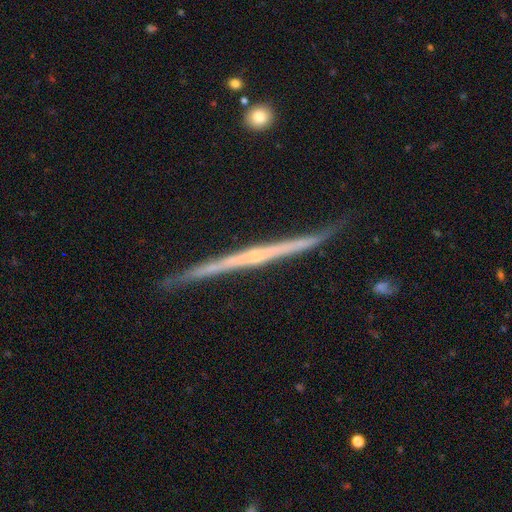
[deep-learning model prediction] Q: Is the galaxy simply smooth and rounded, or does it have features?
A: featured or disk — 83%.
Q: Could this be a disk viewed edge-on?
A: yes — 98%.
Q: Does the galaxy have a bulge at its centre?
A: none — 47%, tied with rounded.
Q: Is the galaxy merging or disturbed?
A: none — 83%.